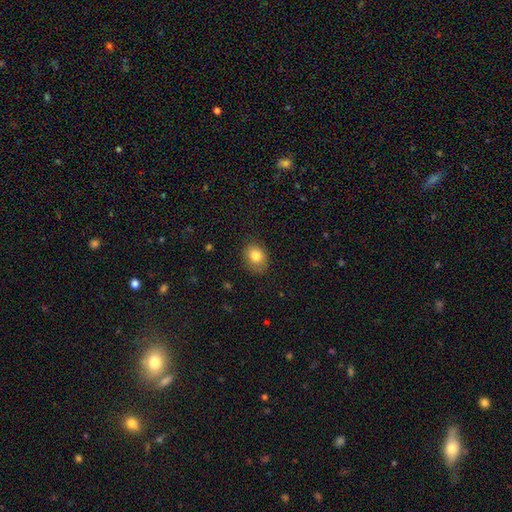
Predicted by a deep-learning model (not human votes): Smooth or featured? smooth (82%)
How rounded? in between (60%)
Merging? none (79%)